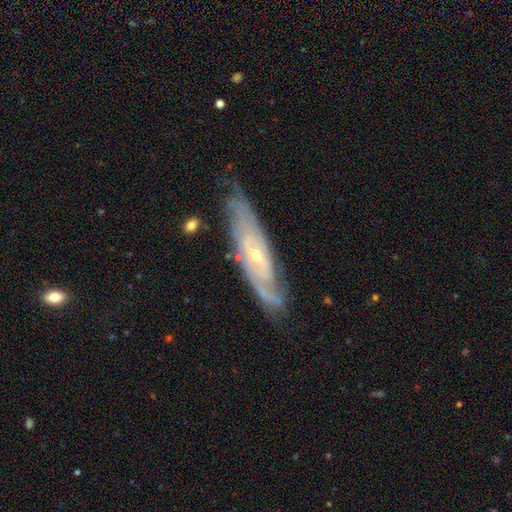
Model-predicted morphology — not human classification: The model was most divided on "spiral arm count": can't tell: 40%, 2: 36%, 3: 11%, 4: 5%, 1: 4%, more than 4: 4%. Remaining: spiral arms — yes (94%); smooth or featured — featured or disk (82%); merging — none (75%); edge-on disk — no (73%); bulge size — small (69%); spiral winding — tight (56%); bar — no (50%).